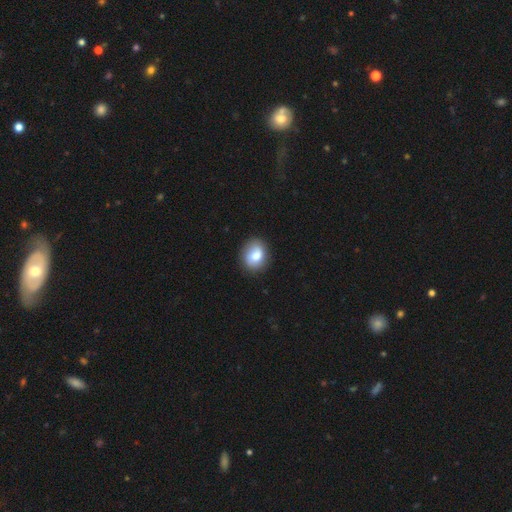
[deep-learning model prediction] smooth_or_featured: smooth (p=0.77) [alt: featured or disk p=0.15]
how_rounded: round (p=0.51) [alt: in between p=0.48]
merging: none (p=0.83) [alt: minor disturbance p=0.12]